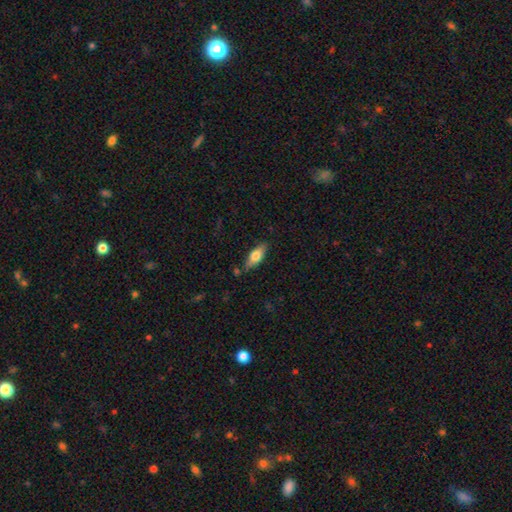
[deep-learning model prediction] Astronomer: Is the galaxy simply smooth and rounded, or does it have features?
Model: smooth — 69%.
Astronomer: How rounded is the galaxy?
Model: in between — 69%.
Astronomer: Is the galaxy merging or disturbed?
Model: none — 79%.